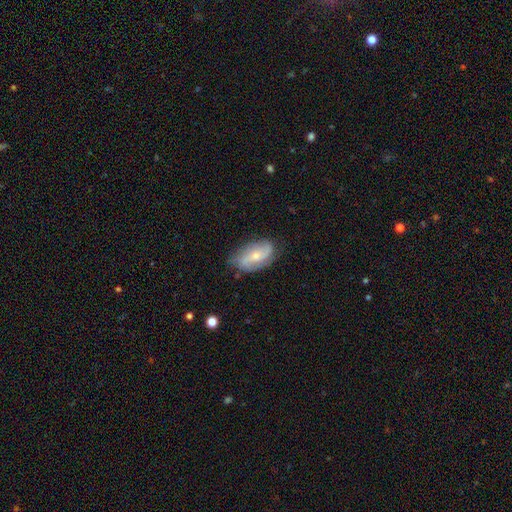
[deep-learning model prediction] Smooth or featured? Predicted: featured or disk (p=0.70). Edge-on disk? Predicted: no (p=0.95). Bar? Predicted: no (p=0.59). Spiral arms? Predicted: yes (p=0.91). Spiral winding? Predicted: loose (p=0.42). Spiral arm count? Predicted: 2 (p=0.64). Bulge size? Predicted: small (p=0.61). Merging? Predicted: none (p=0.71).